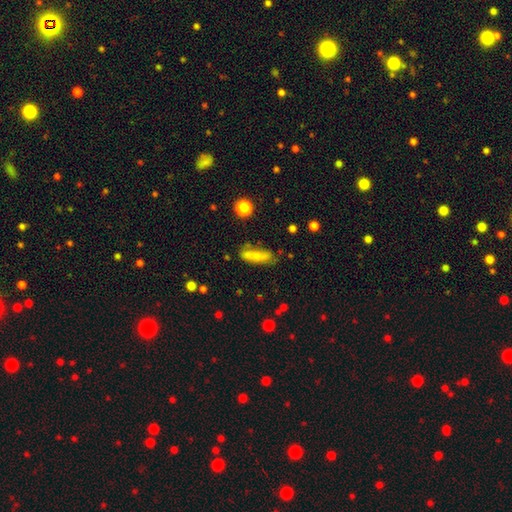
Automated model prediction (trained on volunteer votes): This is likely a smooth galaxy (66%). How rounded: possibly cigar-shaped (52%). Merging: possibly none (58%).